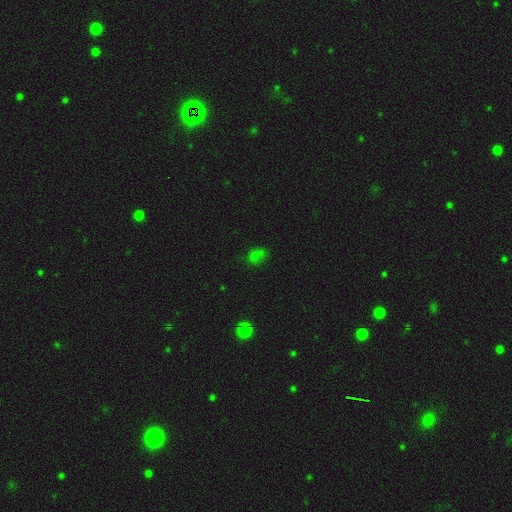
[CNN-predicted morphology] A smooth galaxy with no disk features (59%) that is in between round and cigar-shaped (66%). Merging: none (63%).